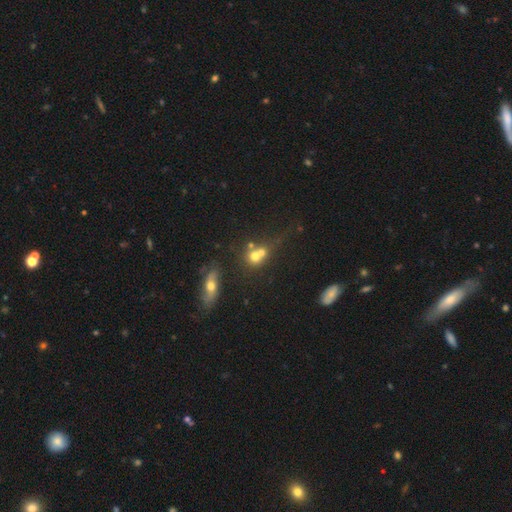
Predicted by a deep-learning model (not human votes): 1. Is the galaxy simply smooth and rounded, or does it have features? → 63% smooth, 22% featured or disk, 15% star or artifact.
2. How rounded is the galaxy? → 78% round, 19% in between, 2% cigar-shaped.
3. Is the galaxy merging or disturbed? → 55% merger, 32% none, 8% minor disturbance, 5% major disturbance.